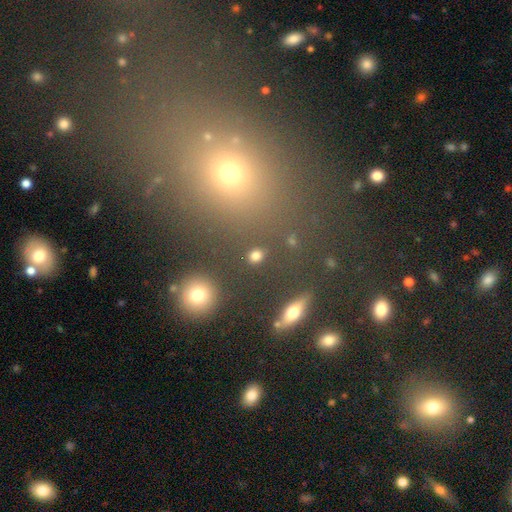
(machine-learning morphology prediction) This is likely a smooth galaxy (79%). How rounded: possibly round (56%). Merging: clearly none (85%).